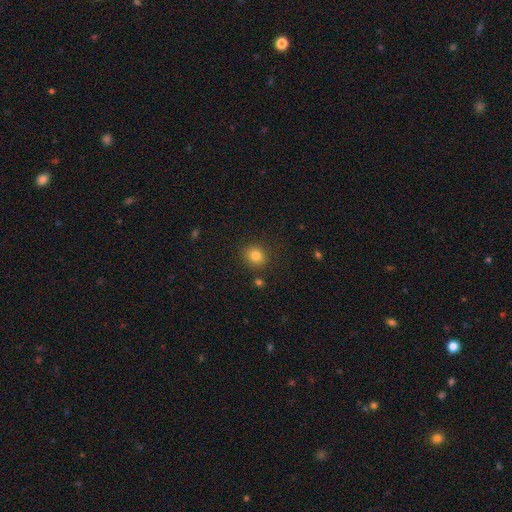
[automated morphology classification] Q: Smooth or featured?
A: smooth (81%); runner-up: star or artifact (12%)
Q: How rounded?
A: round (80%); runner-up: in between (19%)
Q: Merging?
A: none (87%); runner-up: minor disturbance (8%)